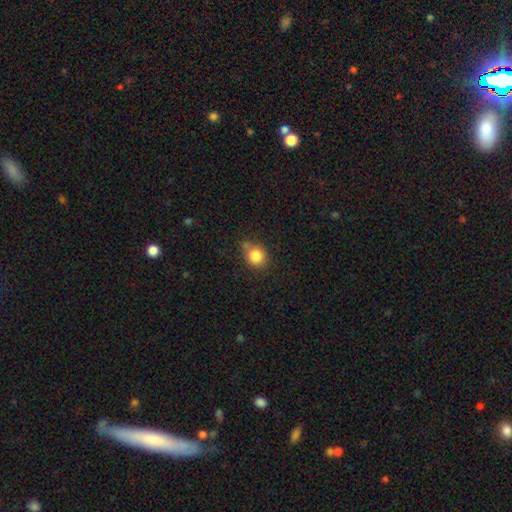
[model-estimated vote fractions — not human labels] Overall: smooth (84%). How rounded: round (80%). Merging: none (65%).